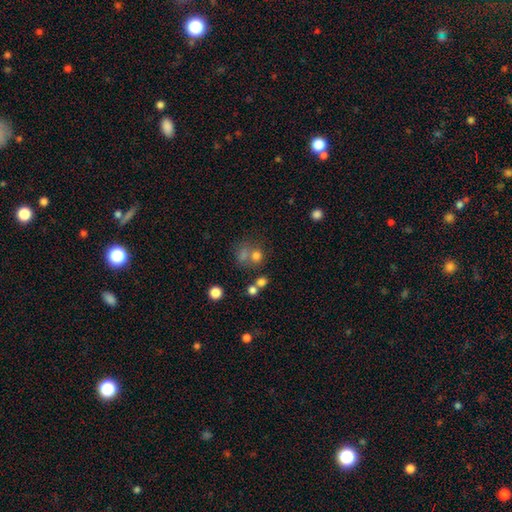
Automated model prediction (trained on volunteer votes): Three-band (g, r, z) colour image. It shows a smooth galaxy with no disk features (70%) that is round (75%). Merging: none (46%).